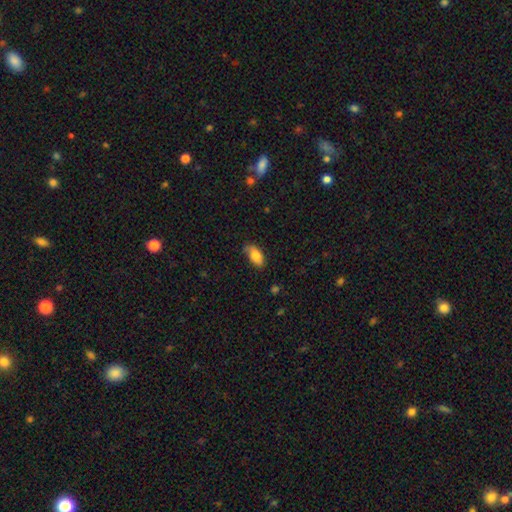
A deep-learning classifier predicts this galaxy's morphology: type=smooth (80%); roundness=in between (91%); merging=none (64%).